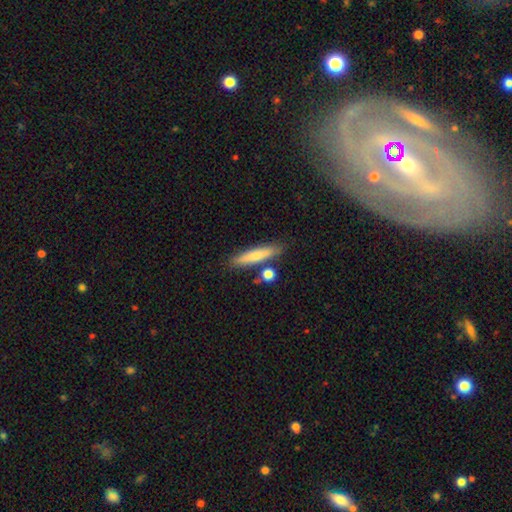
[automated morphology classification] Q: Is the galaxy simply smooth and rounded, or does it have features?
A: smooth — 70%.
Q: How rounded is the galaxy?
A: cigar-shaped — 84%.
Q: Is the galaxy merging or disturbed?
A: none — 77%.